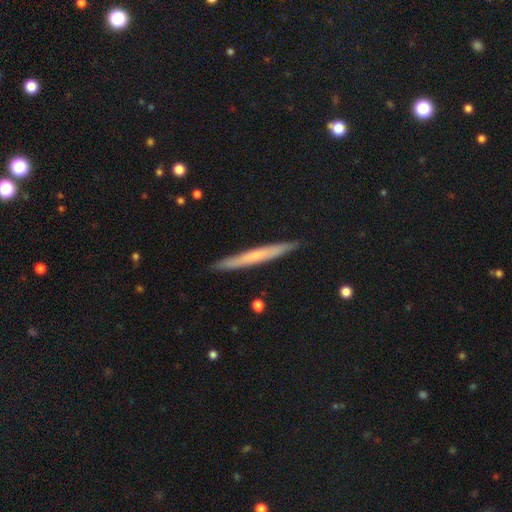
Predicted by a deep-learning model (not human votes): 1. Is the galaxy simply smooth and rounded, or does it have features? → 49% smooth, 45% featured or disk, 6% star or artifact.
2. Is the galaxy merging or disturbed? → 90% none, 7% minor disturbance, 1% major disturbance, 1% merger.